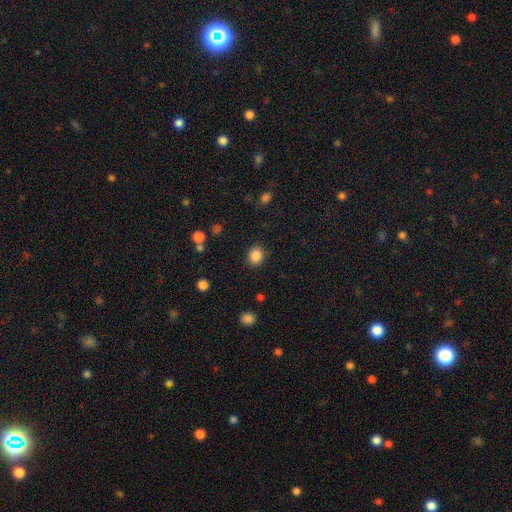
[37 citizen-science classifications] Volunteers were most divided on "how rounded": round: 62%, in between: 38%, cigar-shaped: 0%. More confident: smooth or featured — smooth (86%); merging — none (80%).